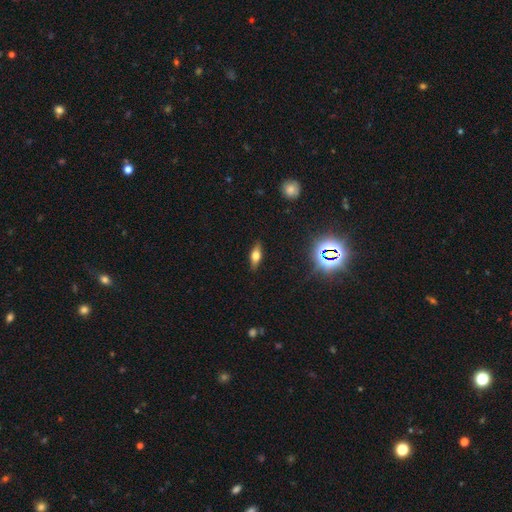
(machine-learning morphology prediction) Smooth or featured: smooth — 50% (featured or disk — 37%)
Merging: none — 87% (minor disturbance — 10%)